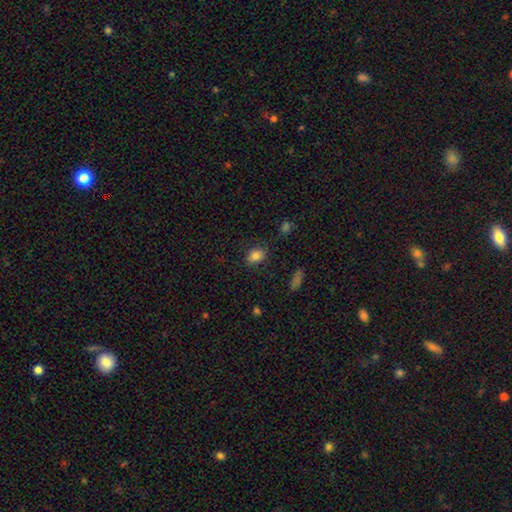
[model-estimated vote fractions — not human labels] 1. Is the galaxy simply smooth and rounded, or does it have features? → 83% smooth, 10% star or artifact, 6% featured or disk.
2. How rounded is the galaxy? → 71% in between, 28% round, 1% cigar-shaped.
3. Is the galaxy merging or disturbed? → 80% none, 15% minor disturbance, 4% major disturbance, 2% merger.